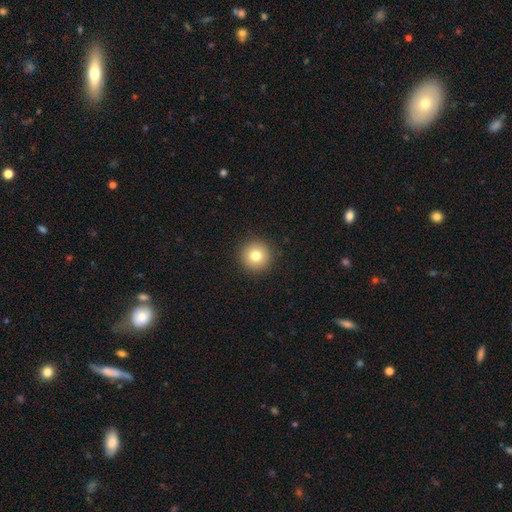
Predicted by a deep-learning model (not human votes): This is likely a smooth galaxy (79%). How rounded: clearly round (96%). Merging: clearly none (92%).